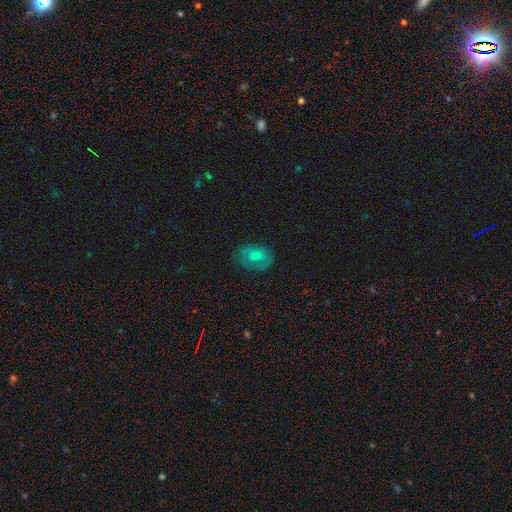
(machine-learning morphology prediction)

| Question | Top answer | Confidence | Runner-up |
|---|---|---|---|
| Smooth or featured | smooth | 51% | featured or disk (37%) |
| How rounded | in between | 64% | round (35%) |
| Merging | none | 75% | minor disturbance (18%) |